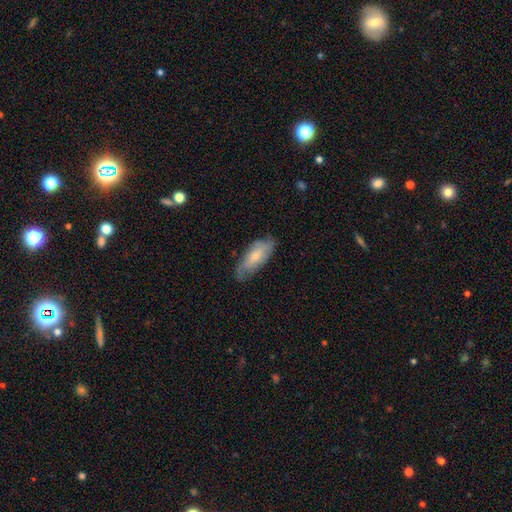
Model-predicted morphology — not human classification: Overall: smooth (55%; featured or disk 39%). How rounded: in between (78%). Merging: none (66%).